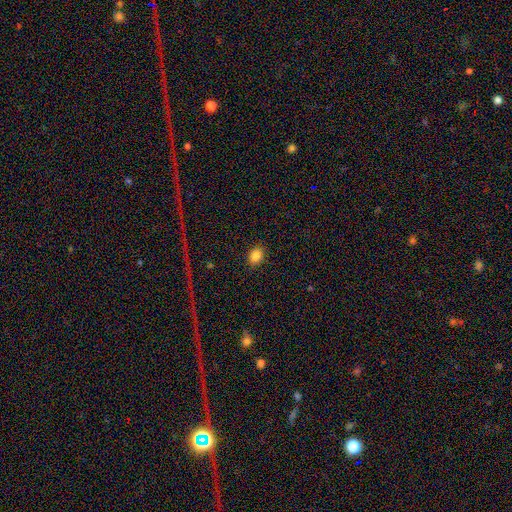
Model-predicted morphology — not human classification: Smooth or featured: smooth — 85% (star or artifact — 10%)
How rounded: in between — 61% (round — 37%)
Merging: none — 88% (minor disturbance — 8%)